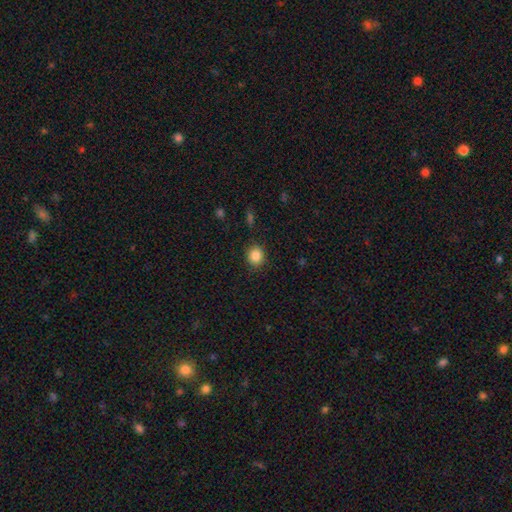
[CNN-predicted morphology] smooth-or-featured: smooth: 86% | star or artifact: 10% | featured or disk: 4%
  how-rounded: round: 78% | in between: 21% | cigar-shaped: 1%
  merging: none: 88% | minor disturbance: 8% | major disturbance: 3% | merger: 1%